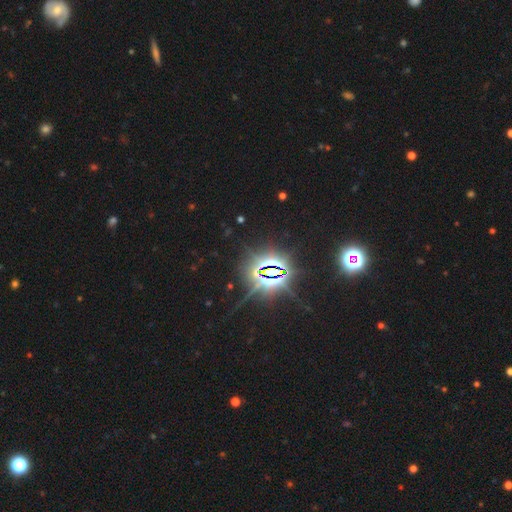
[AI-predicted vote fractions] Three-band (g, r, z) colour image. It shows a star or artifact, not a galaxy (84%).